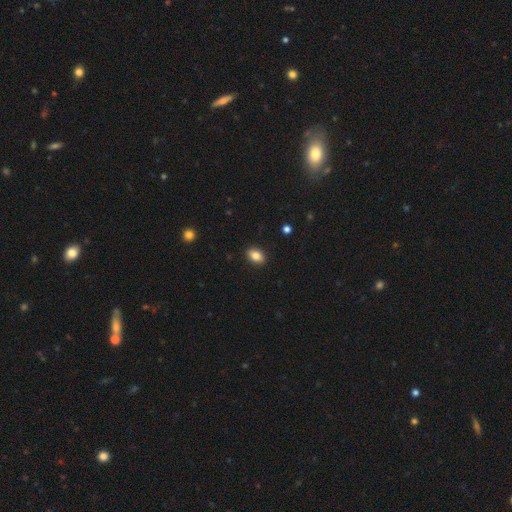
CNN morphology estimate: smooth 83%, star or artifact 8%, featured or disk 8%. Down the decision tree: how rounded — in between (86%); merging — none (89%).